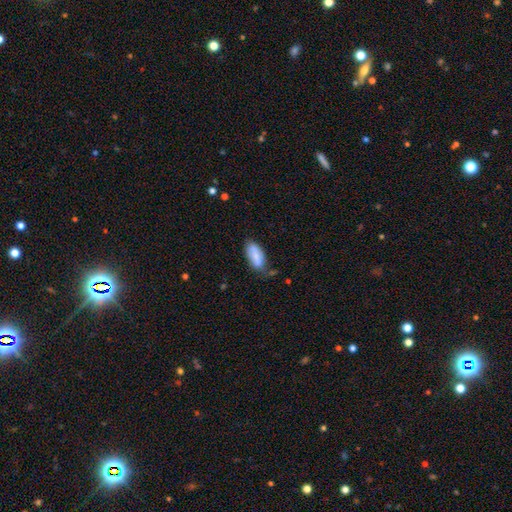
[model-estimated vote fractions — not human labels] The model was most divided on "merging": none: 56%, minor disturbance: 29%, major disturbance: 8%, merger: 7%. More confident: how rounded — in between (85%); smooth or featured — smooth (80%).